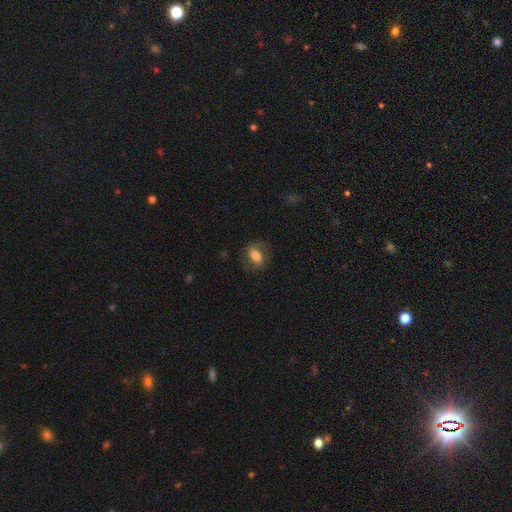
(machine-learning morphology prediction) A smooth galaxy with no disk features (62%) that is in between round and cigar-shaped (77%).

Vote fractions:
- Smooth or featured? smooth: 62% / featured or disk: 31% / star or artifact: 8%
- How rounded? in between: 77% / round: 19% / cigar-shaped: 3%
- Merging? none: 73% / minor disturbance: 16% / major disturbance: 10% / merger: 1%